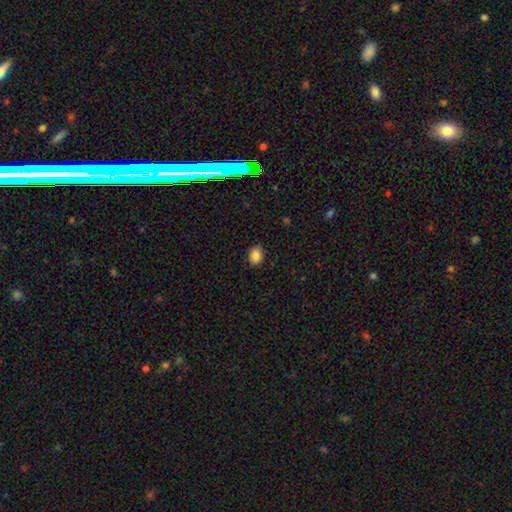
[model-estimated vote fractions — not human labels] Overall: smooth (87%). How rounded: in between (58%; round 41%). Merging: none (89%).